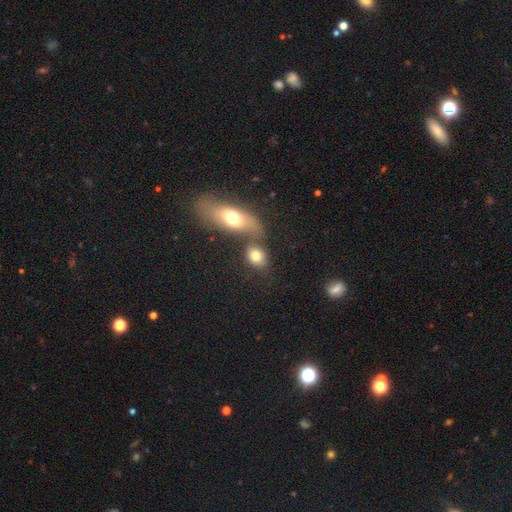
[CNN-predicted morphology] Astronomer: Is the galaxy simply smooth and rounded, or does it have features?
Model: smooth — 76%.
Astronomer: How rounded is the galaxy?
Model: in between — 59% (runner-up: round, 39%).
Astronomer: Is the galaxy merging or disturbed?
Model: none — 45% (runner-up: merger, 38%).